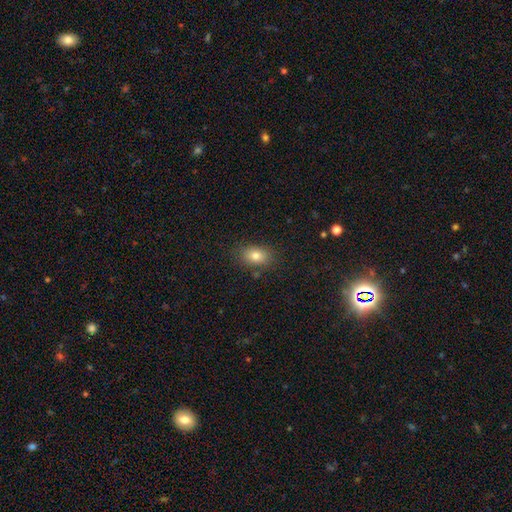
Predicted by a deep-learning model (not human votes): Morphology: type=smooth (80%); roundness=in between (80%); merging=none (82%).